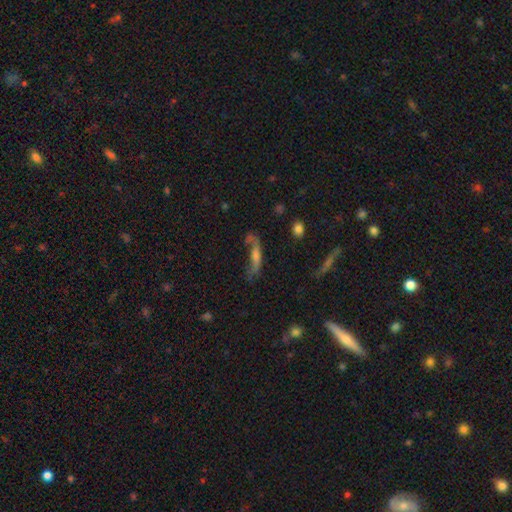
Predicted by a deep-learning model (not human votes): Q: Smooth or featured?
A: featured or disk (45%); runner-up: smooth (41%)
Q: Merging?
A: none (36%); runner-up: major disturbance (30%)